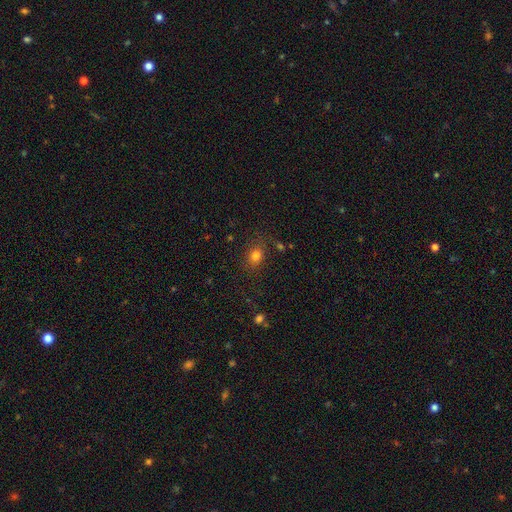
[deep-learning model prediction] This appears to be a smooth galaxy with no disk features (78%) that is round (53%). Merging: none (79%).